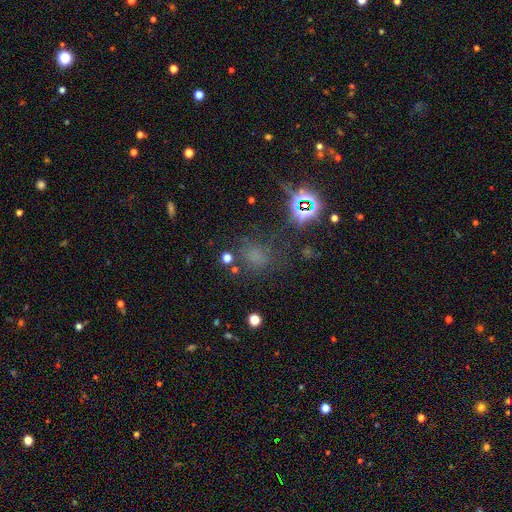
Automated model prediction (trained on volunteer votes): The model was most divided on "smooth or featured": smooth: 46%, star or artifact: 44%, featured or disk: 10%. More confident: merging — none (66%).